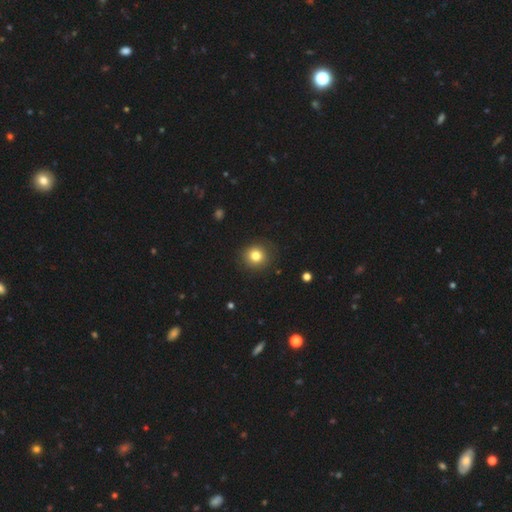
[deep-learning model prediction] smooth_or_featured: smooth (p=0.81) [alt: star or artifact p=0.12]
how_rounded: round (p=0.89) [alt: in between p=0.10]
merging: none (p=0.88) [alt: minor disturbance p=0.08]